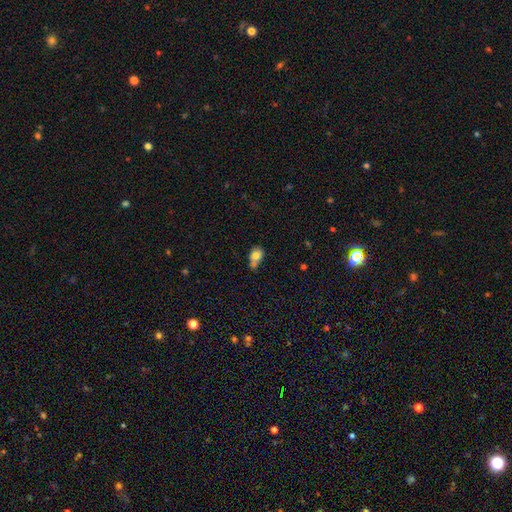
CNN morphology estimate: Smooth or featured: smooth — 76% (featured or disk — 14%)
How rounded: in between — 66% (round — 32%)
Merging: none — 33% (merger — 32%)